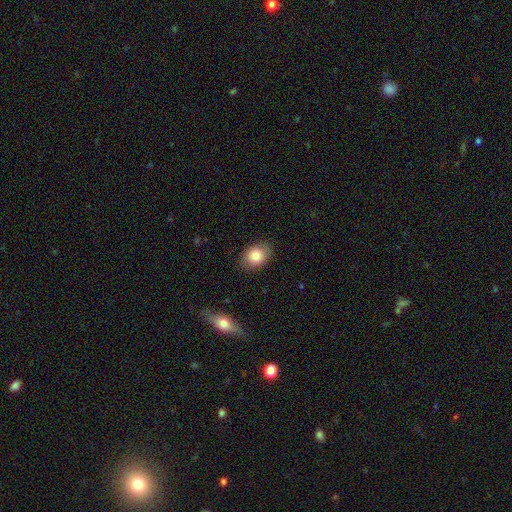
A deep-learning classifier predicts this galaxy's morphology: Smooth or featured: smooth — 82% (featured or disk — 9%)
How rounded: in between — 58% (round — 41%)
Merging: none — 84% (minor disturbance — 12%)